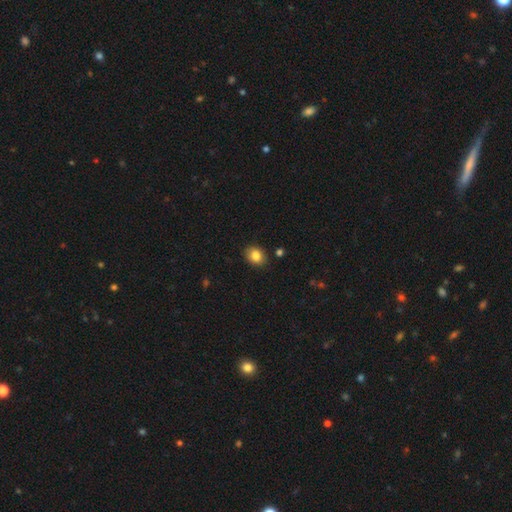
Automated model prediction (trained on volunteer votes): A smooth galaxy with no disk features (83%) that is in between round and cigar-shaped (57%).

Vote fractions:
- Smooth or featured? smooth: 83% / star or artifact: 9% / featured or disk: 7%
- How rounded? in between: 57% / round: 42% / cigar-shaped: 1%
- Merging? none: 85% / minor disturbance: 10% / major disturbance: 2% / merger: 2%